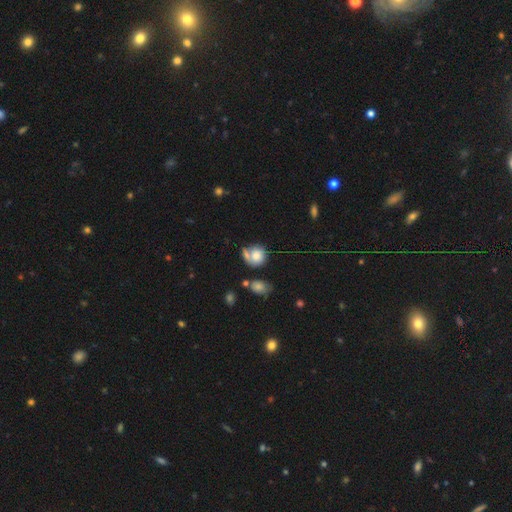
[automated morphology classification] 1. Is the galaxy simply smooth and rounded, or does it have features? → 74% smooth, 17% featured or disk, 10% star or artifact.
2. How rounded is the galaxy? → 77% round, 21% in between, 1% cigar-shaped.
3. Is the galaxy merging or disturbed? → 44% none, 28% merger, 18% minor disturbance, 11% major disturbance.